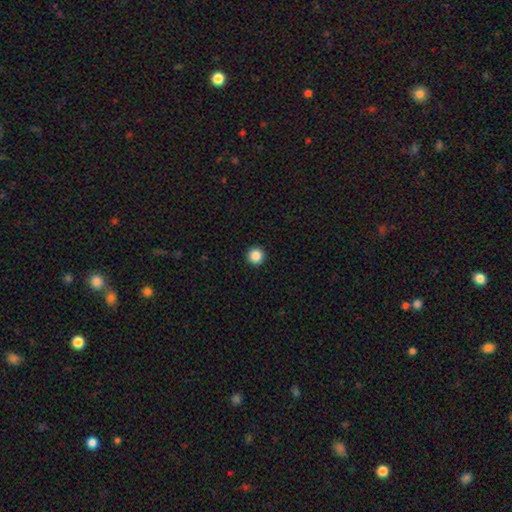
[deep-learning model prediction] A smooth galaxy with no disk features (87%) that is round (97%).

Vote fractions:
- Smooth or featured? smooth: 87% / star or artifact: 10% / featured or disk: 3%
- How rounded? round: 97% / in between: 2% / cigar-shaped: 1%
- Merging? none: 94% / minor disturbance: 4% / major disturbance: 1% / merger: 1%